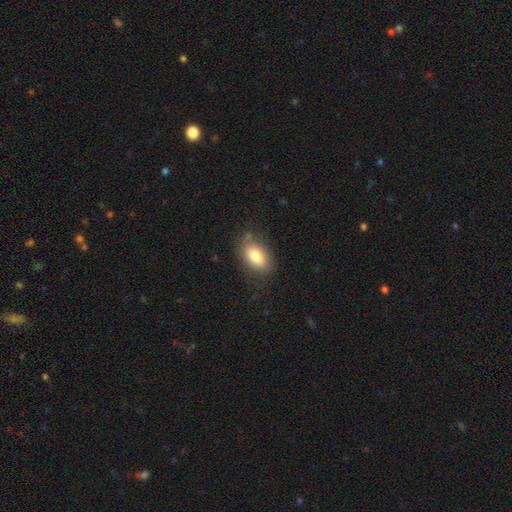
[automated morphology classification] smooth 80%, featured or disk 12%, star or artifact 8%. Down the decision tree: how rounded — in between (90%); merging — none (74%).